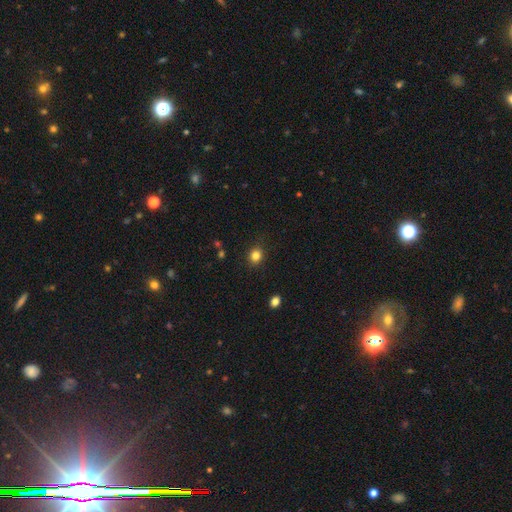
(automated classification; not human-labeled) smooth_or_featured: smooth (p=0.83) [alt: star or artifact p=0.12]
how_rounded: round (p=0.79) [alt: in between p=0.20]
merging: none (p=0.88) [alt: minor disturbance p=0.08]